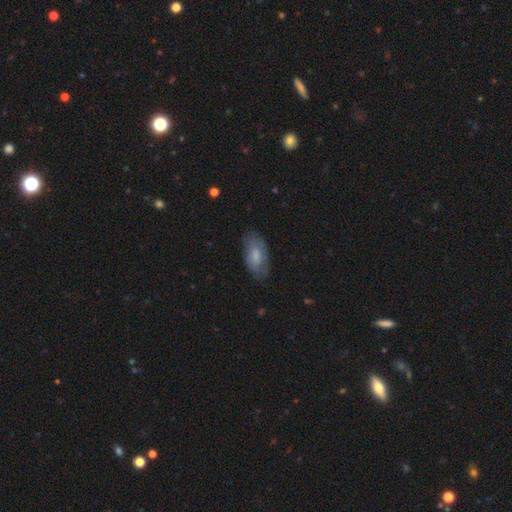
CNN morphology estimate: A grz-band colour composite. It shows a smooth galaxy with no disk features (71%) that is in between round and cigar-shaped (91%). Merging: none (72%).